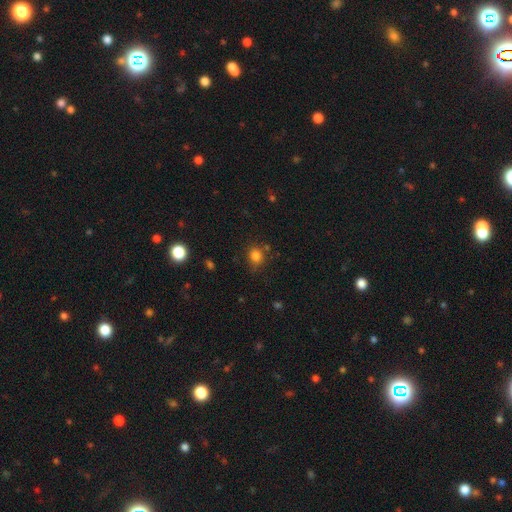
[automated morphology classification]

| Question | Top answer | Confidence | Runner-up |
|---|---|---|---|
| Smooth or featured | smooth | 80% | star or artifact (14%) |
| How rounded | round | 75% | in between (24%) |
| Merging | none | 72% | minor disturbance (18%) |